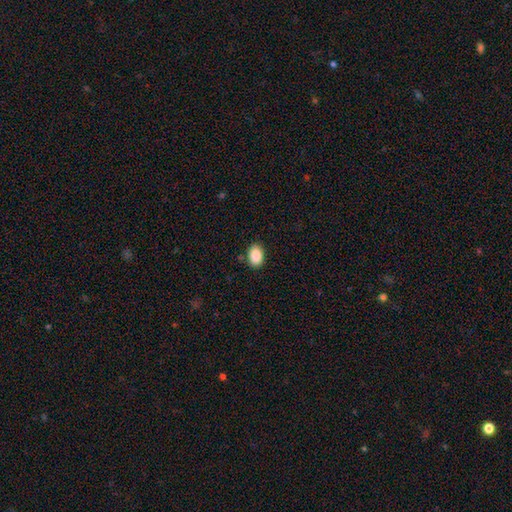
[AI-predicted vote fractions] Smooth or featured: smooth — 89% (star or artifact — 7%)
How rounded: in between — 87% (round — 12%)
Merging: none — 86% (minor disturbance — 10%)